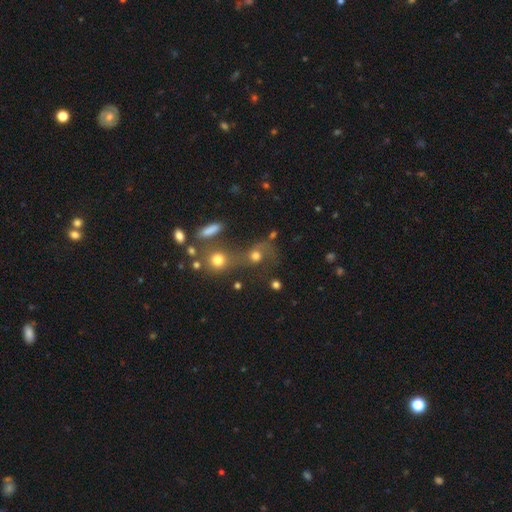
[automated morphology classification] This is likely a smooth galaxy (64%). How rounded: likely round (71%). Merging: possibly merger (46%).